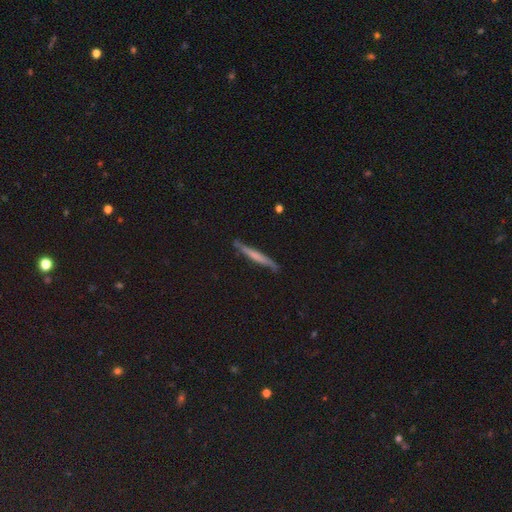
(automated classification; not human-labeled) This is possibly a smooth galaxy (47%). Merging: clearly none (80%).